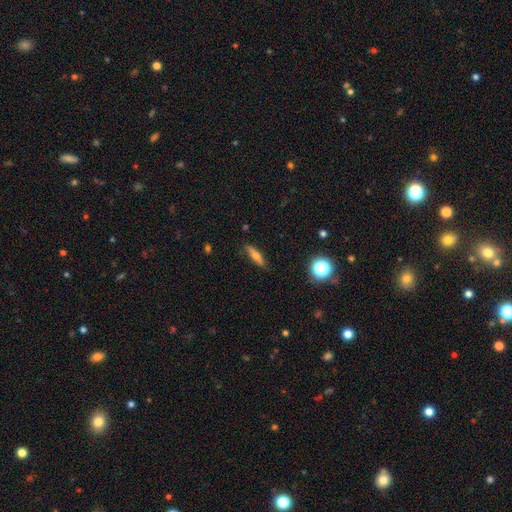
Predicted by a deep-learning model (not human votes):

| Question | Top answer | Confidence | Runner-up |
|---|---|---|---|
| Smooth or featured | smooth | 51% | featured or disk (40%) |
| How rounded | cigar-shaped | 71% | in between (25%) |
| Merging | none | 87% | minor disturbance (10%) |